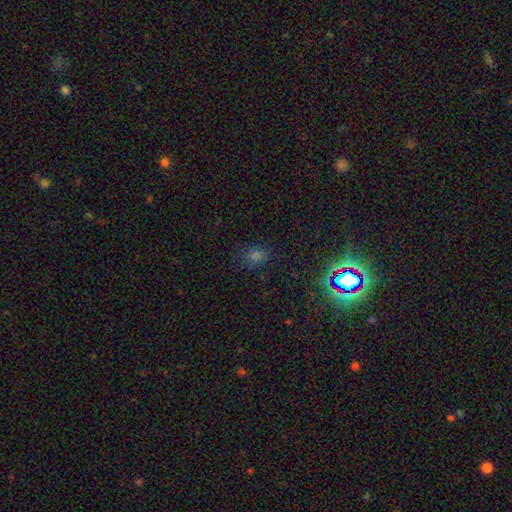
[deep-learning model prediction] Q: Smooth or featured?
A: smooth (57%); runner-up: star or artifact (37%)
Q: How rounded?
A: in between (49%); tied with: round (49%)
Q: Merging?
A: none (82%); runner-up: minor disturbance (12%)